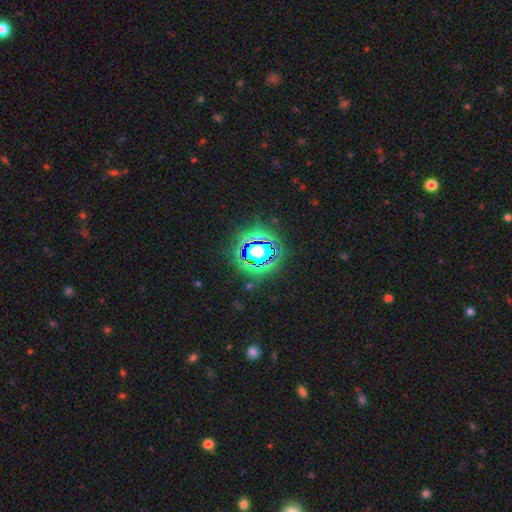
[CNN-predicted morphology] Smooth or featured? Predicted: star or artifact (p=0.79).